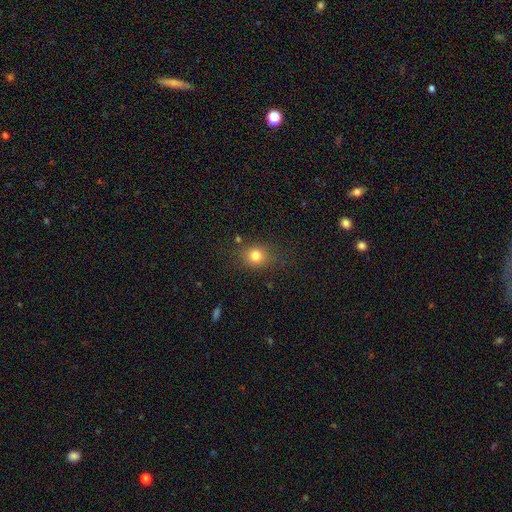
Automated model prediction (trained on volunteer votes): A smooth galaxy with no disk features (79%) that is round (64%).

Vote fractions:
- Smooth or featured? smooth: 79% / star or artifact: 13% / featured or disk: 8%
- How rounded? round: 64% / in between: 35% / cigar-shaped: 1%
- Merging? none: 79% / minor disturbance: 14% / major disturbance: 5% / merger: 3%